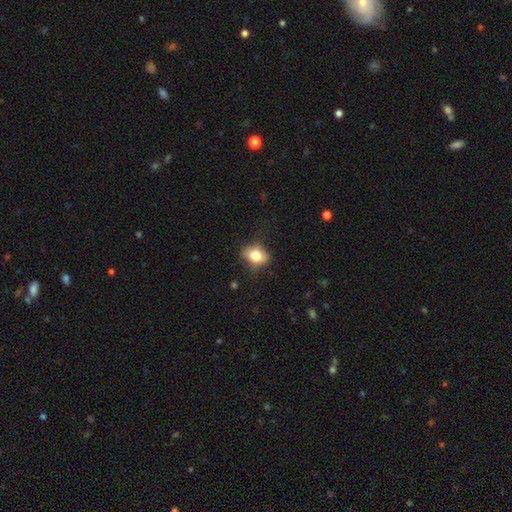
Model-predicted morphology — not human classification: This is likely a smooth galaxy (76%). How rounded: possibly in between (58%). Merging: likely none (71%).